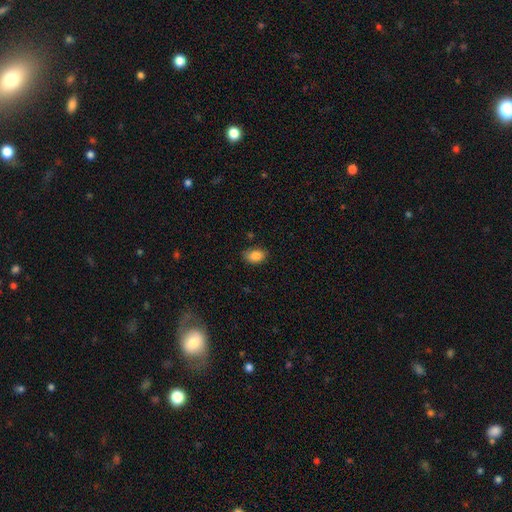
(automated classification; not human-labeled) smooth 86%, star or artifact 8%, featured or disk 6%. Down the decision tree: how rounded — in between (83%); merging — none (79%).